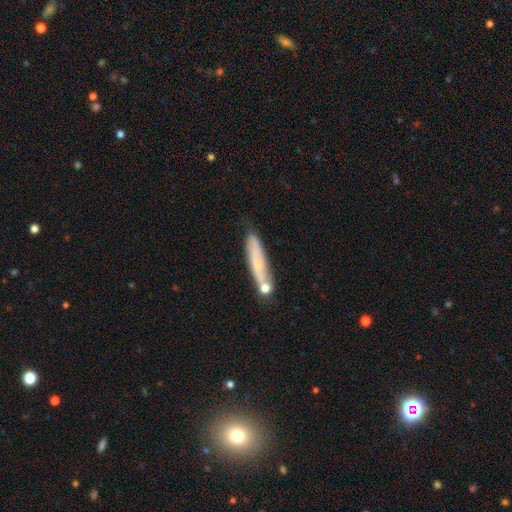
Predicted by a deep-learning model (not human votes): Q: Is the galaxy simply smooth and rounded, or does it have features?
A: smooth — 53%.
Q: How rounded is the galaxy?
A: cigar-shaped — 89%.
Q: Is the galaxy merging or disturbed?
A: none — 69%.